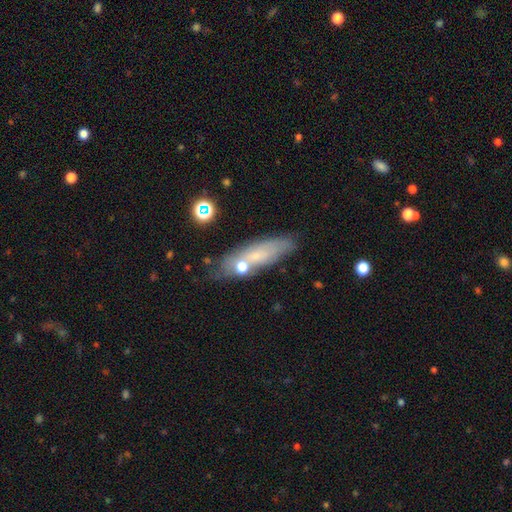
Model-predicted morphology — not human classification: Smooth or featured: smooth — 54% (featured or disk — 34%)
How rounded: cigar-shaped — 58% (in between — 38%)
Merging: none — 69% (minor disturbance — 17%)